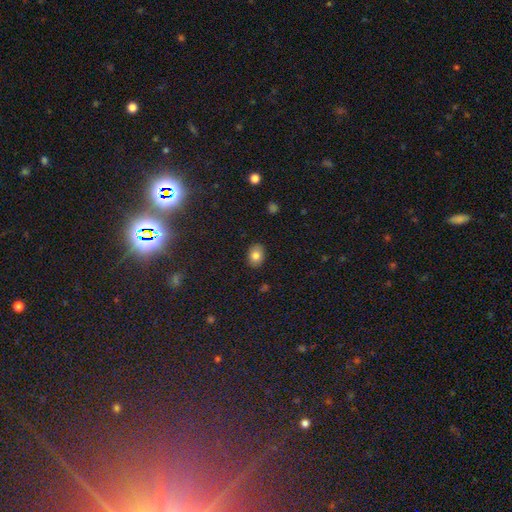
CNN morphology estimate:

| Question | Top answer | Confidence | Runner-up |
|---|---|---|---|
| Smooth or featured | smooth | 80% | featured or disk (11%) |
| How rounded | in between | 70% | round (28%) |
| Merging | none | 87% | minor disturbance (10%) |